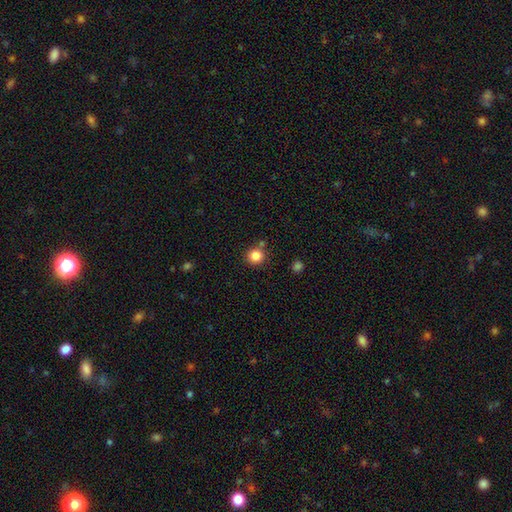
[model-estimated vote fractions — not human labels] A smooth galaxy with no disk features (85%) that is round (92%).

Vote fractions:
- Smooth or featured? smooth: 85% / star or artifact: 11% / featured or disk: 4%
- How rounded? round: 92% / in between: 7% / cigar-shaped: 1%
- Merging? none: 82% / merger: 8% / minor disturbance: 8% / major disturbance: 2%